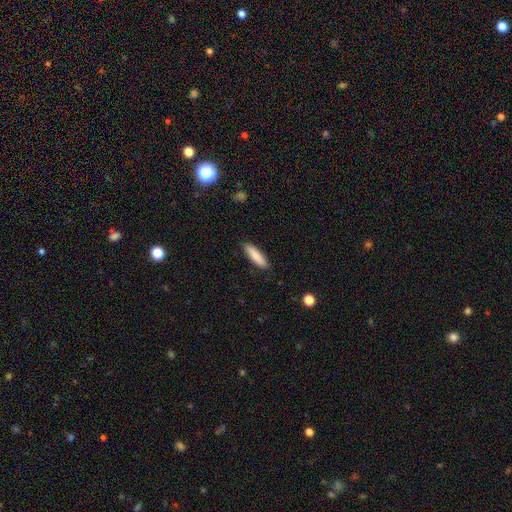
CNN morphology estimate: Smooth or featured? Predicted: smooth (p=0.86). How rounded? Predicted: cigar-shaped (p=0.71). Merging? Predicted: none (p=0.89).